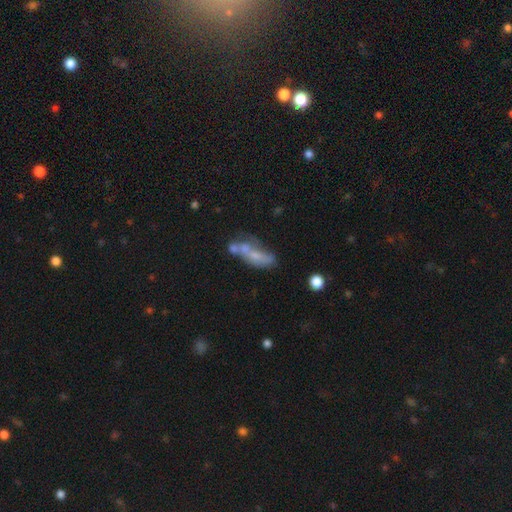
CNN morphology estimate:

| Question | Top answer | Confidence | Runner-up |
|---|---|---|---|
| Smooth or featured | featured or disk | 45% | smooth (43%) |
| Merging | none | 35% | merger (31%) |